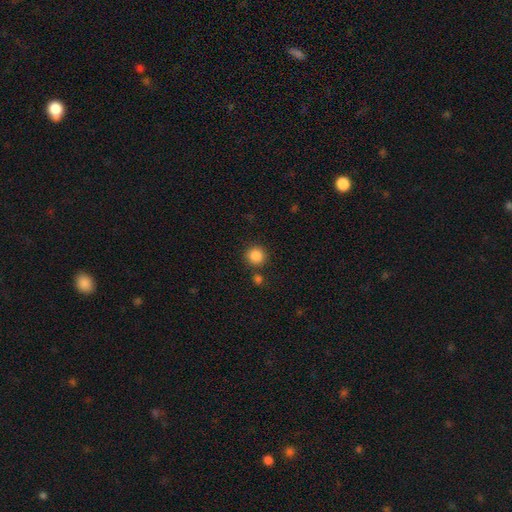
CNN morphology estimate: A smooth galaxy with no disk features (86%) that is round (93%). Merging: none (82%).